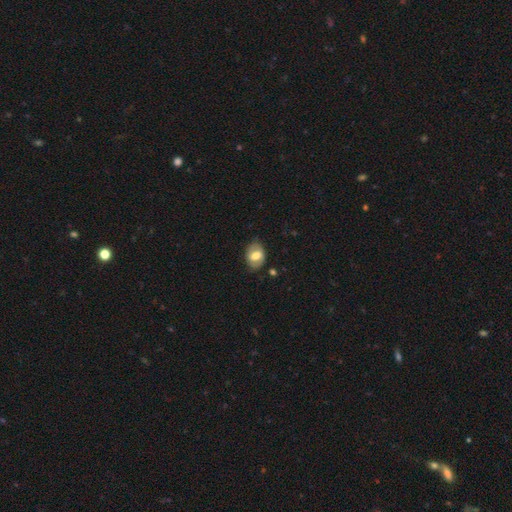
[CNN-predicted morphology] This appears to be a smooth galaxy with no disk features (54%) that is in between round and cigar-shaped (79%). Merging: none (74%).